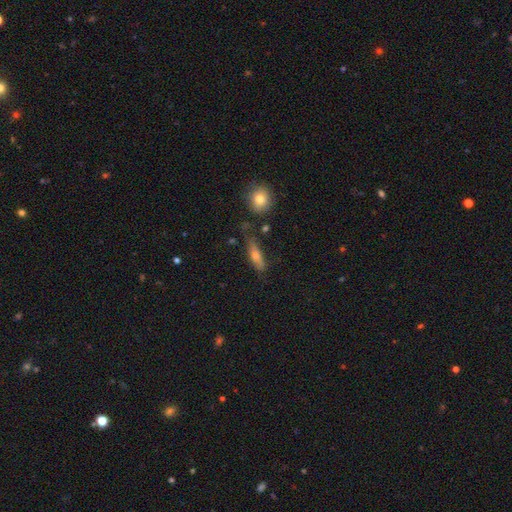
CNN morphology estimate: A smooth galaxy with no disk features (62%) that is cigar-shaped (54%).

Vote fractions:
- Smooth or featured? smooth: 62% / featured or disk: 29% / star or artifact: 8%
- How rounded? cigar-shaped: 54% / in between: 42% / round: 4%
- Merging? none: 61% / minor disturbance: 24% / major disturbance: 9% / merger: 6%